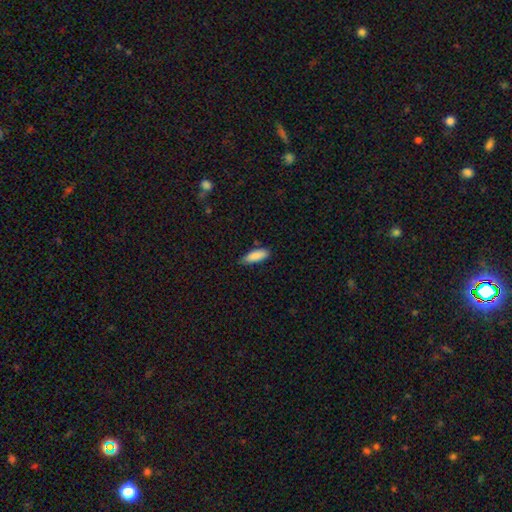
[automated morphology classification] smooth_or_featured: smooth (p=0.88) [alt: star or artifact p=0.06]
how_rounded: in between (p=0.64) [alt: cigar-shaped p=0.34]
merging: none (p=0.78) [alt: minor disturbance p=0.18]